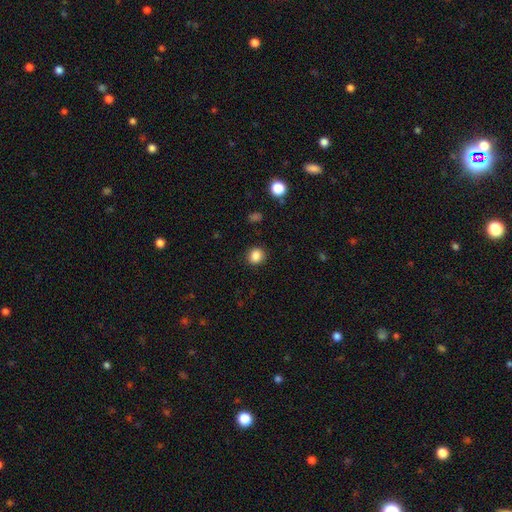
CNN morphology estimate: The model was most divided on "how rounded": round: 81%, in between: 18%, cigar-shaped: 1%. More confident: merging — none (89%); smooth or featured — smooth (86%).